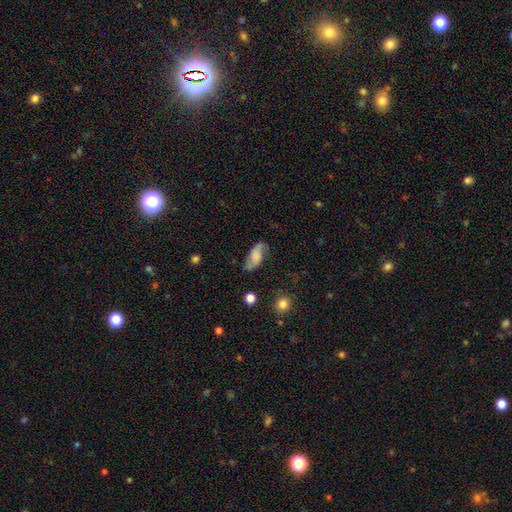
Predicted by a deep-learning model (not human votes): A featured or disk galaxy (51%). Merging: none (69%).